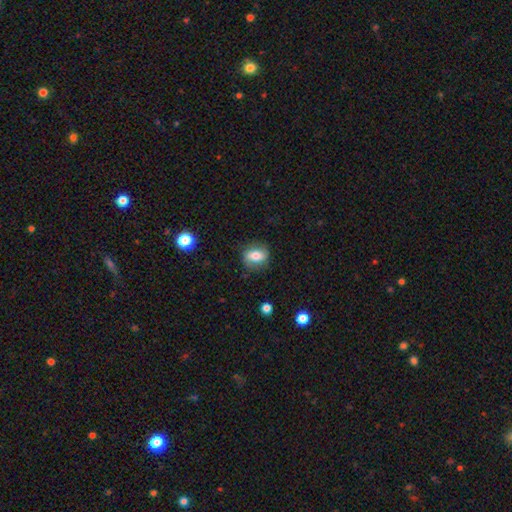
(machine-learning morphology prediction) Smooth or featured: smooth — 64% (featured or disk — 27%)
How rounded: in between — 56% (round — 41%)
Merging: none — 78% (minor disturbance — 16%)